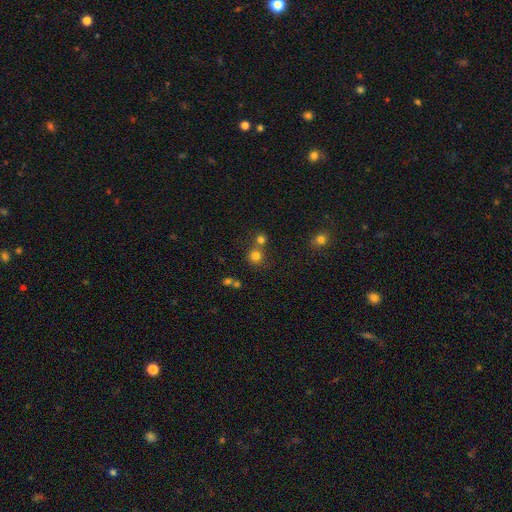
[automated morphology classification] The model was most divided on "merging": none: 58%, merger: 32%, minor disturbance: 7%, major disturbance: 3%. More confident: how rounded — round (90%); smooth or featured — smooth (76%).